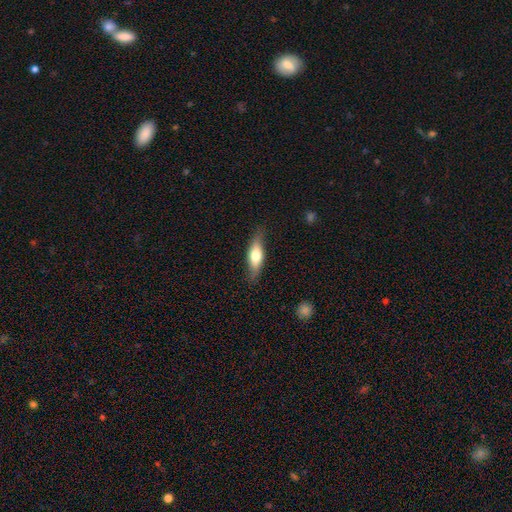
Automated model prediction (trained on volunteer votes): smooth 56%, featured or disk 38%, star or artifact 6%. Down the decision tree: how rounded — in between (52%); merging — none (78%).